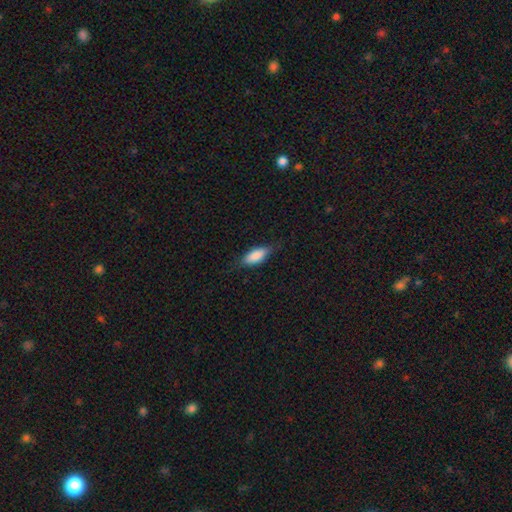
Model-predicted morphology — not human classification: smooth 81%, featured or disk 12%, star or artifact 6%. Down the decision tree: how rounded — in between (78%); merging — none (74%).